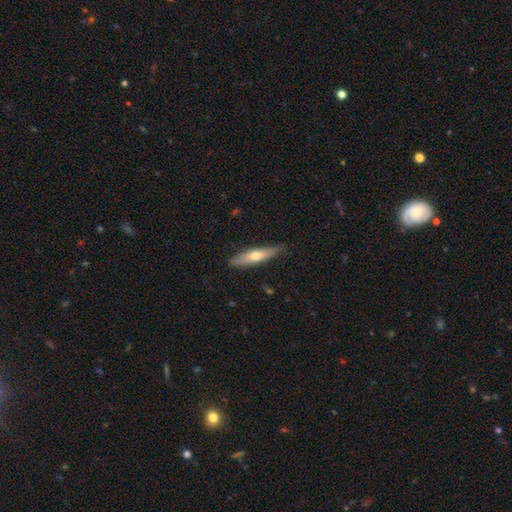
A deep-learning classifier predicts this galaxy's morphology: Smooth or featured: smooth — 50% (featured or disk — 45%)
Merging: none — 84% (minor disturbance — 13%)